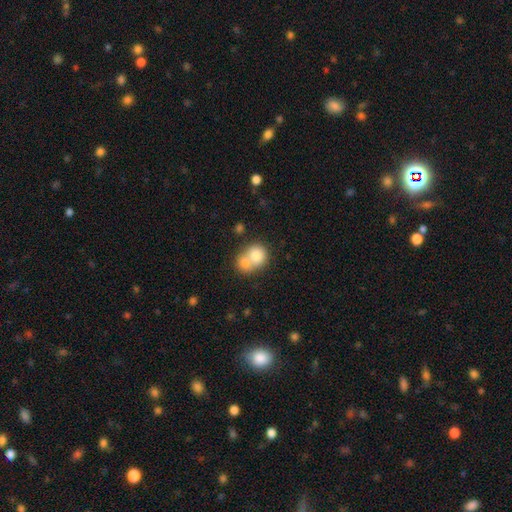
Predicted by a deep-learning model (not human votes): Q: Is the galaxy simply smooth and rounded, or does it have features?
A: smooth — 75%.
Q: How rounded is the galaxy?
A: round — 72%.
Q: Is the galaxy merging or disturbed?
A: merger — 66%.